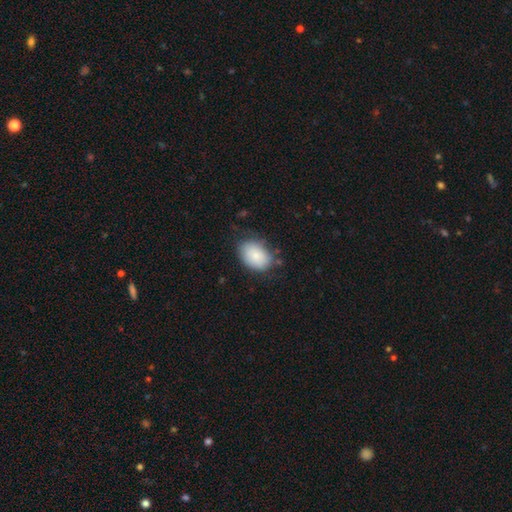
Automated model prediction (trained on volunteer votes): Overall: smooth (84%). How rounded: in between (81%). Merging: none (72%).